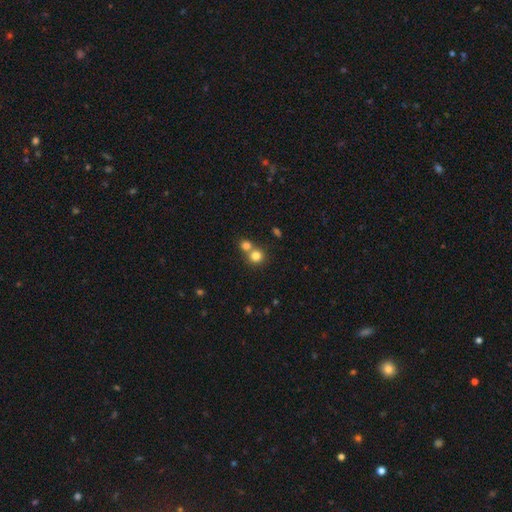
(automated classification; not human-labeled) Q: Smooth or featured?
A: smooth (80%); runner-up: star or artifact (12%)
Q: How rounded?
A: round (88%); runner-up: in between (11%)
Q: Merging?
A: none (49%); runner-up: merger (43%)